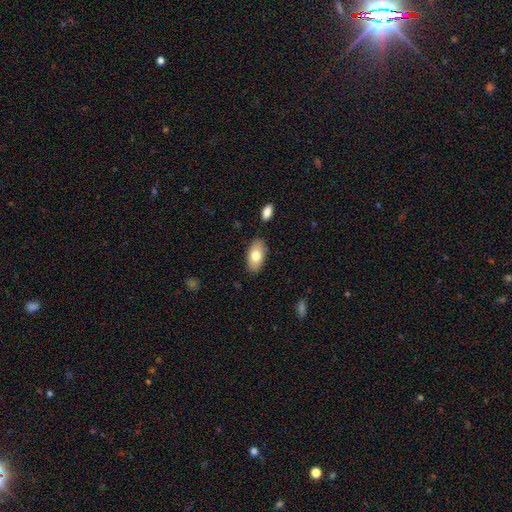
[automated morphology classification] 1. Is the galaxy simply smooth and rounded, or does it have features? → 77% smooth, 17% featured or disk, 6% star or artifact.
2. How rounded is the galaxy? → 93% in between, 4% round, 3% cigar-shaped.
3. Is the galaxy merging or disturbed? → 85% none, 11% minor disturbance, 2% major disturbance, 2% merger.